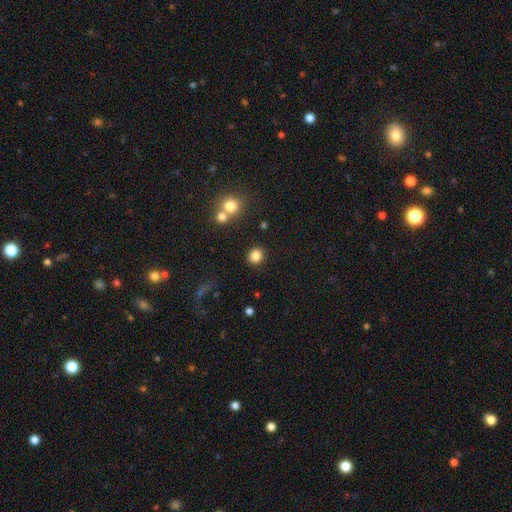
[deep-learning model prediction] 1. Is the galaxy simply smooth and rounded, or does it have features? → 84% smooth, 11% star or artifact, 5% featured or disk.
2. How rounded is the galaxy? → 83% round, 16% in between, 1% cigar-shaped.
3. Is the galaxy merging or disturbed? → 87% none, 6% minor disturbance, 4% merger, 3% major disturbance.